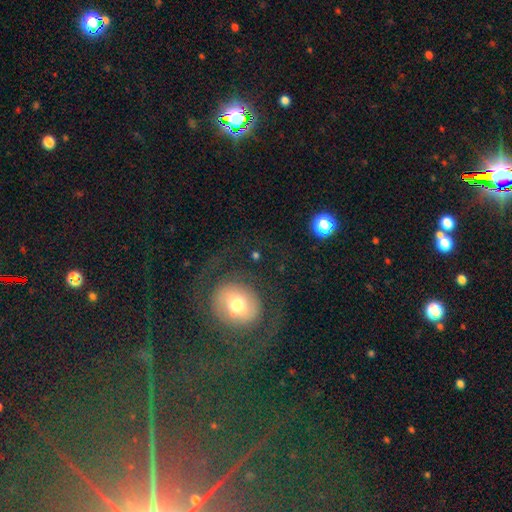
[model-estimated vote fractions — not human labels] Q: Smooth or featured?
A: smooth (47%); runner-up: featured or disk (41%)
Q: Merging?
A: none (66%); runner-up: major disturbance (18%)